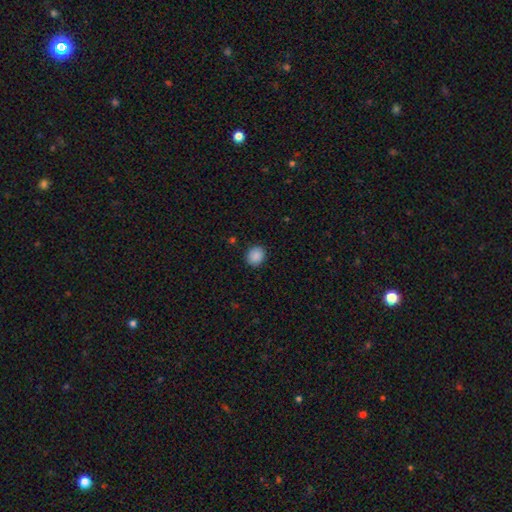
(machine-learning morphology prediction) This appears to be a smooth galaxy with no disk features (89%) that is round (69%). Merging: none (89%).